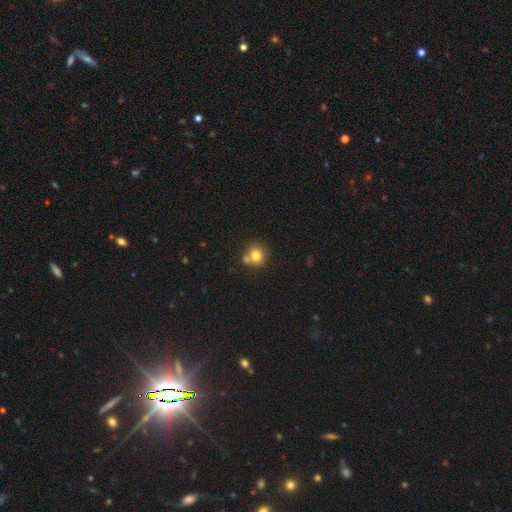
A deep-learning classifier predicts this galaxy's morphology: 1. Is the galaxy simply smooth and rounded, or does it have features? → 78% smooth, 11% star or artifact, 11% featured or disk.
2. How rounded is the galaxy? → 83% round, 17% in between, 1% cigar-shaped.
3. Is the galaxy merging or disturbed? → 57% none, 27% merger, 12% minor disturbance, 4% major disturbance.